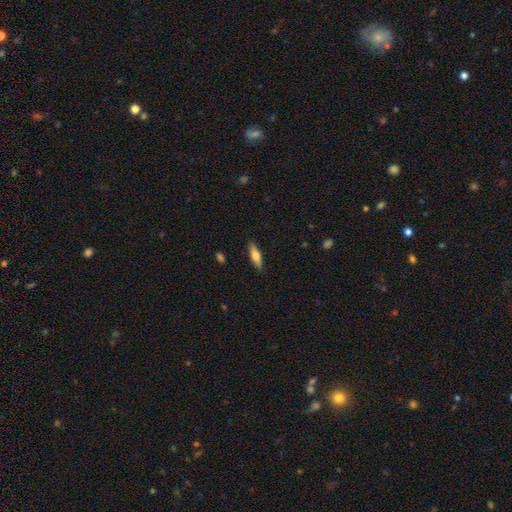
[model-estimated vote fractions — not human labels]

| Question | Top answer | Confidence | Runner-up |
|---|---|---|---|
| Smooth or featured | smooth | 55% | featured or disk (39%) |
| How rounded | cigar-shaped | 60% | in between (37%) |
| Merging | none | 87% | minor disturbance (10%) |